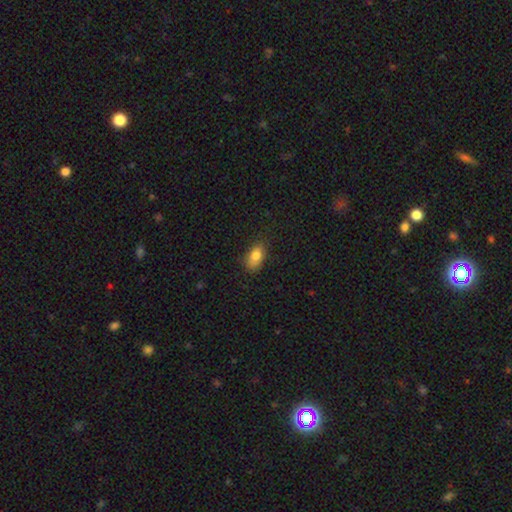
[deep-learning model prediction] Smooth or featured?
  - smooth: 82% *
  - featured or disk: 9%
  - star or artifact: 9%
How rounded?
  - in between: 87% *
  - round: 7%
  - cigar-shaped: 5%
Merging?
  - none: 77% *
  - minor disturbance: 18%
  - major disturbance: 4%
  - merger: 1%